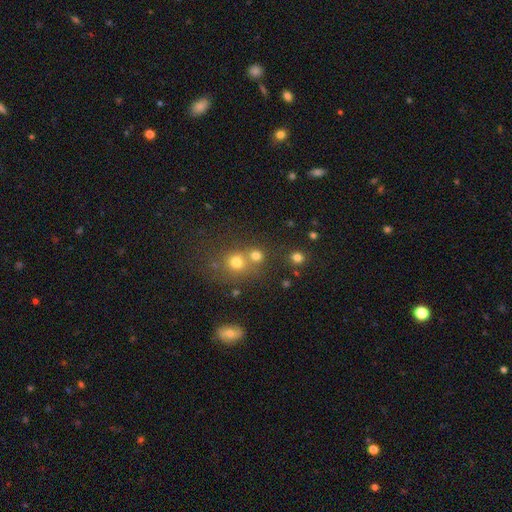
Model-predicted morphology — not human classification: Smooth or featured?
  - smooth: 73% *
  - star or artifact: 18%
  - featured or disk: 9%
How rounded?
  - round: 85% *
  - in between: 14%
  - cigar-shaped: 1%
Merging?
  - none: 55% *
  - merger: 35%
  - minor disturbance: 7%
  - major disturbance: 3%